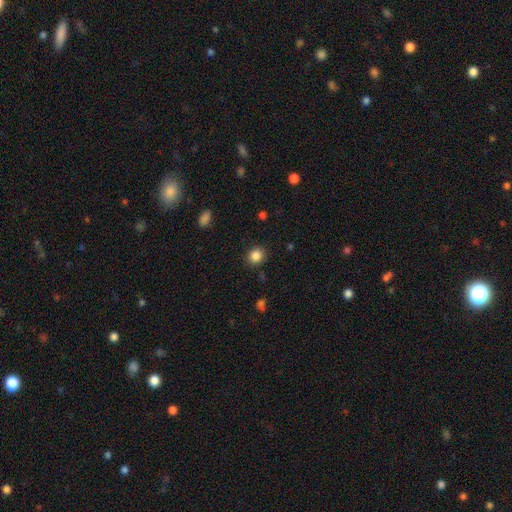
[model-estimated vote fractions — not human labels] Q: Smooth or featured?
A: smooth (85%); runner-up: star or artifact (11%)
Q: How rounded?
A: round (80%); runner-up: in between (19%)
Q: Merging?
A: none (88%); runner-up: minor disturbance (8%)